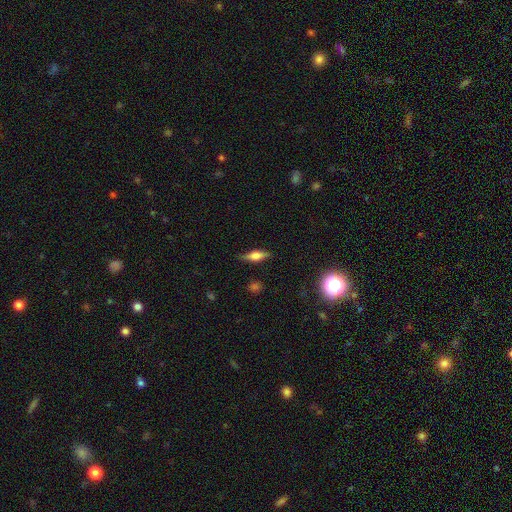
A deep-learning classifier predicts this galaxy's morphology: A smooth galaxy with no disk features (48%).

Vote fractions:
- Smooth or featured? smooth: 48% / featured or disk: 44% / star or artifact: 9%
- Merging? none: 82% / minor disturbance: 13% / major disturbance: 3% / merger: 1%